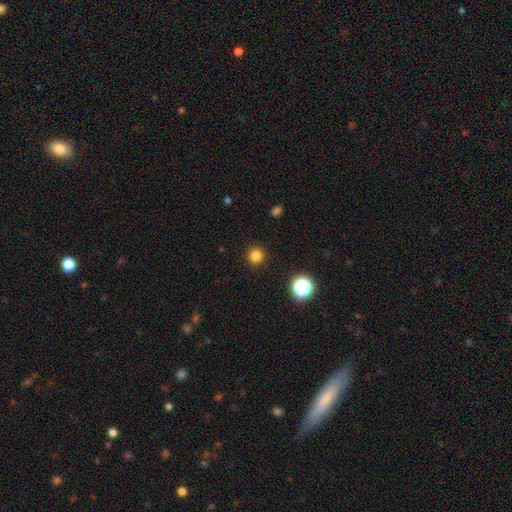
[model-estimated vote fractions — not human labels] Overall: smooth (81%). How rounded: round (94%). Merging: none (92%).